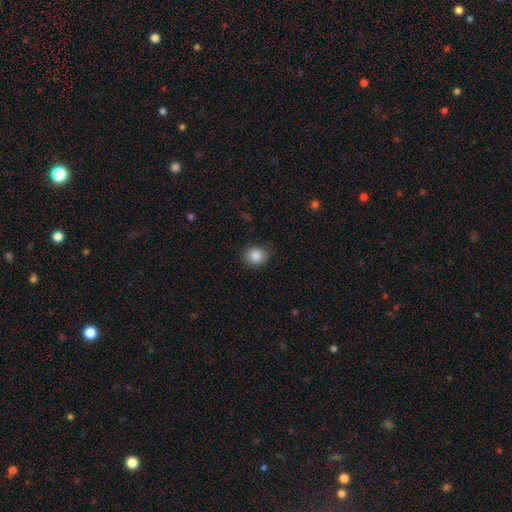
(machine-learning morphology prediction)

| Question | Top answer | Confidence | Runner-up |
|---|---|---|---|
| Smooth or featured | smooth | 87% | star or artifact (9%) |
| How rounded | round | 59% | in between (40%) |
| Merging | none | 85% | minor disturbance (11%) |